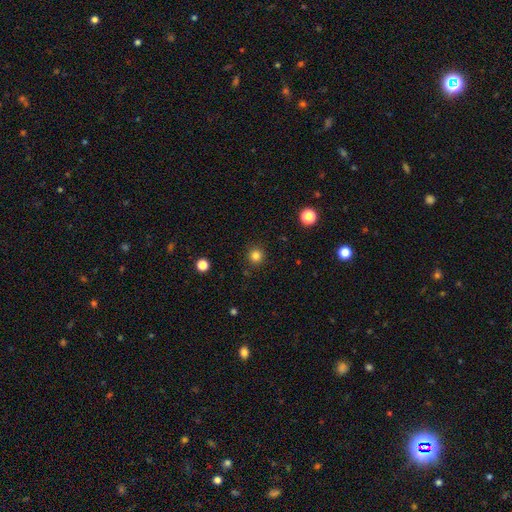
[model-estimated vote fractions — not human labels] This is clearly a smooth galaxy (82%). How rounded: clearly round (94%). Merging: clearly none (90%).